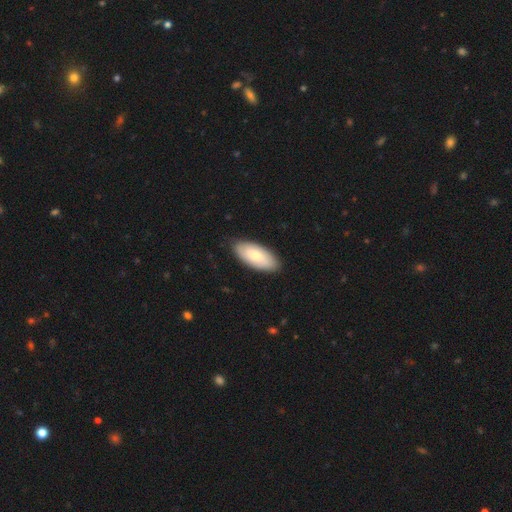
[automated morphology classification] Q: Smooth or featured?
A: smooth (73%); runner-up: featured or disk (22%)
Q: How rounded?
A: in between (91%); runner-up: cigar-shaped (8%)
Q: Merging?
A: none (86%); runner-up: minor disturbance (11%)